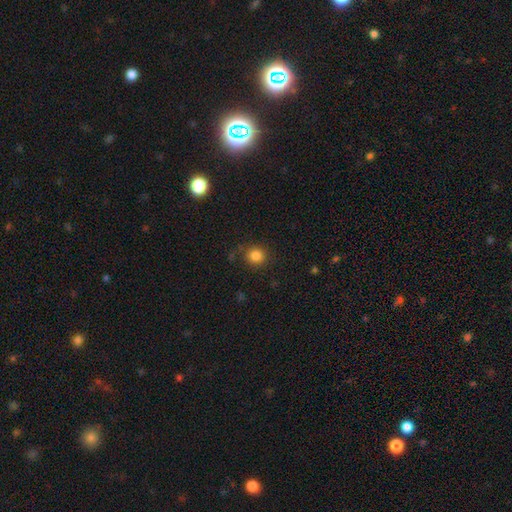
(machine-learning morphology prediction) Smooth or featured? smooth (83%)
How rounded? round (91%)
Merging? none (86%)